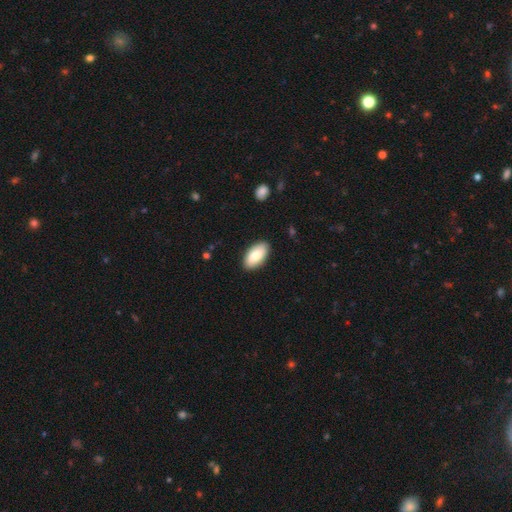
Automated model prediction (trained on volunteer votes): Smooth or featured? Predicted: smooth (p=0.79). How rounded? Predicted: in between (p=0.94). Merging? Predicted: none (p=0.89).